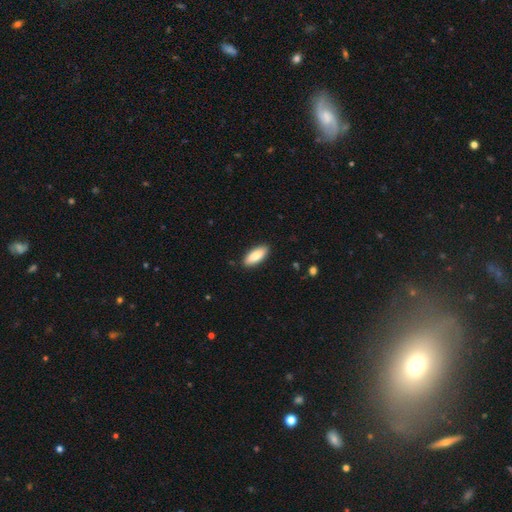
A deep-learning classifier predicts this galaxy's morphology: The model was most divided on "how rounded": in between: 83%, cigar-shaped: 15%, round: 2%. More confident: merging — none (89%); smooth or featured — smooth (86%).